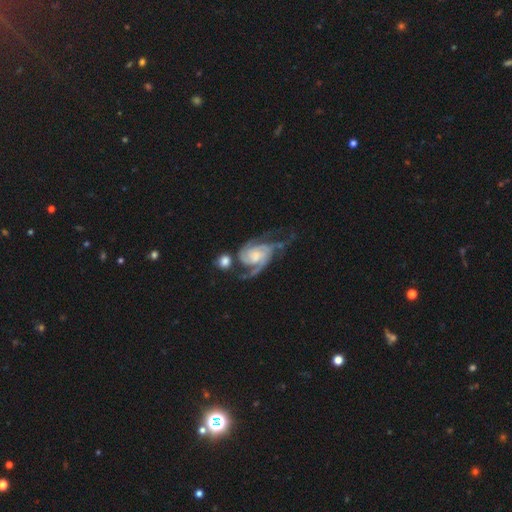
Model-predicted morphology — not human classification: The model was most divided on "bulge size": moderate: 34%, small: 29%, none: 18%, large: 16%, dominant: 3%. Remaining: edge-on disk — no (98%); spiral arms — yes (98%); smooth or featured — featured or disk (90%); bar — no (60%); spiral arm count — 2 (55%); spiral winding — medium (45%); merging — none (40%).